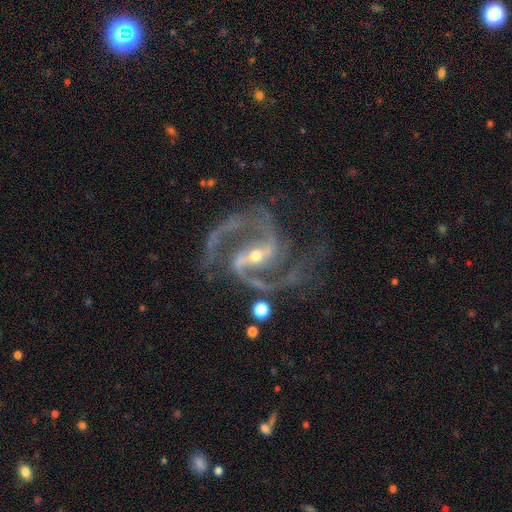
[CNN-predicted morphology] A featured or disk galaxy (93%) with a strong bar (57%), 2 (84%) medium (66%) spiral arms (99%) and a small central bulge (58%). Merging: none (65%).